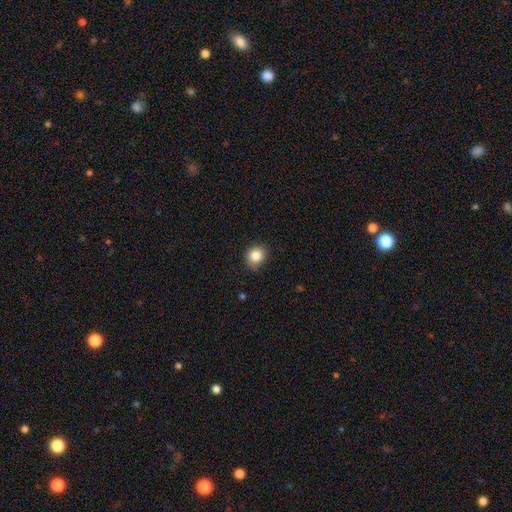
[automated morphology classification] Smooth or featured: smooth — 84% (star or artifact — 10%)
How rounded: round — 77% (in between — 22%)
Merging: none — 80% (minor disturbance — 16%)